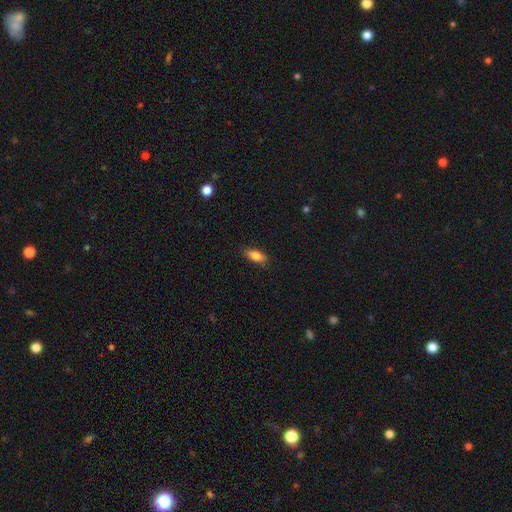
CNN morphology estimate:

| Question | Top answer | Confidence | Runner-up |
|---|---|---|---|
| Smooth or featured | smooth | 83% | featured or disk (10%) |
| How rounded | in between | 80% | cigar-shaped (17%) |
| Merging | none | 83% | minor disturbance (13%) |